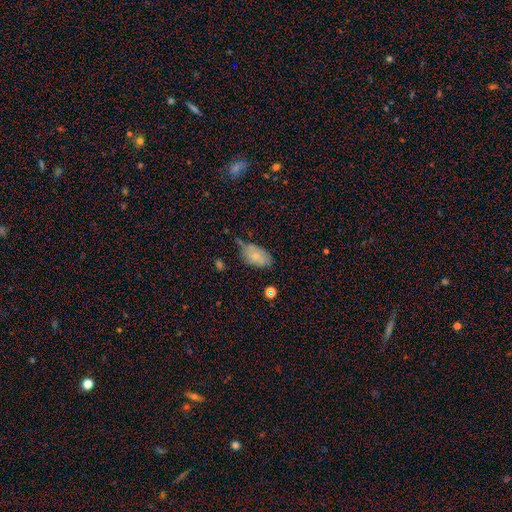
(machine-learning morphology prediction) A smooth galaxy with no disk features (71%) that is in between round and cigar-shaped (90%).

Vote fractions:
- Smooth or featured? smooth: 71% / featured or disk: 19% / star or artifact: 10%
- How rounded? in between: 90% / round: 8% / cigar-shaped: 2%
- Merging? none: 52% / minor disturbance: 34% / major disturbance: 9% / merger: 6%